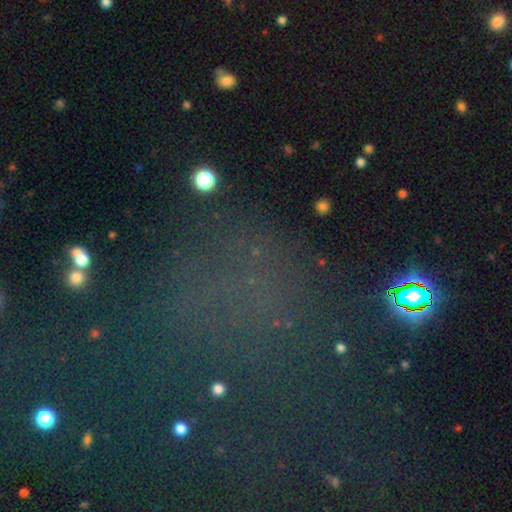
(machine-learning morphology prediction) Overall: star or artifact (60%; smooth 25%).